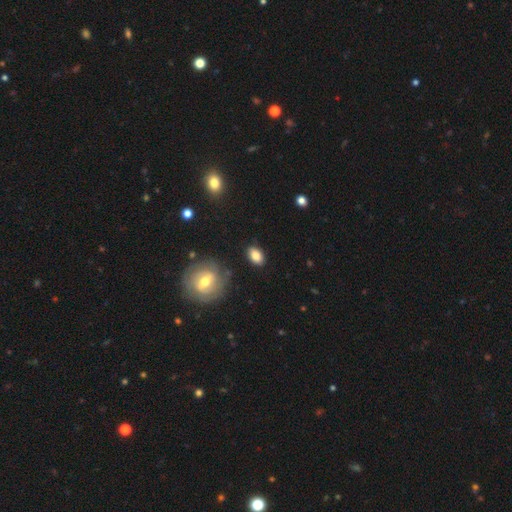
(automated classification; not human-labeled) smooth 82%, featured or disk 10%, star or artifact 8%. Down the decision tree: how rounded — in between (88%); merging — none (84%).